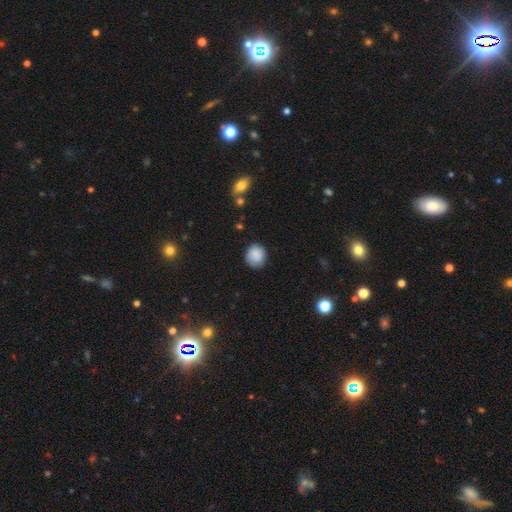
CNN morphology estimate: type=smooth (86%); roundness=round (82%); merging=none (78%).